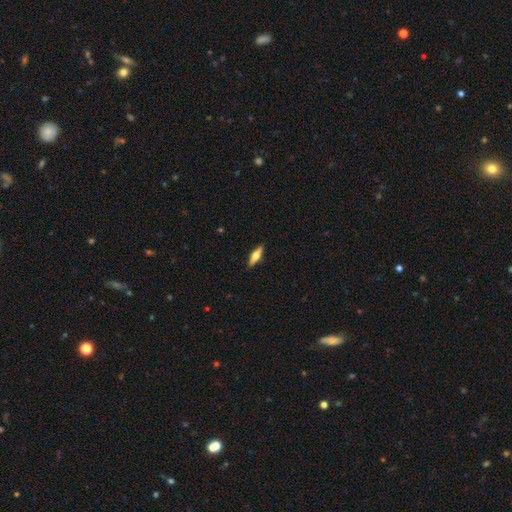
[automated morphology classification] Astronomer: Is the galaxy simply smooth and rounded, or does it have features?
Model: smooth — 48% (runner-up: featured or disk, 46%).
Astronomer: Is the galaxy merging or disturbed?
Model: none — 90%.